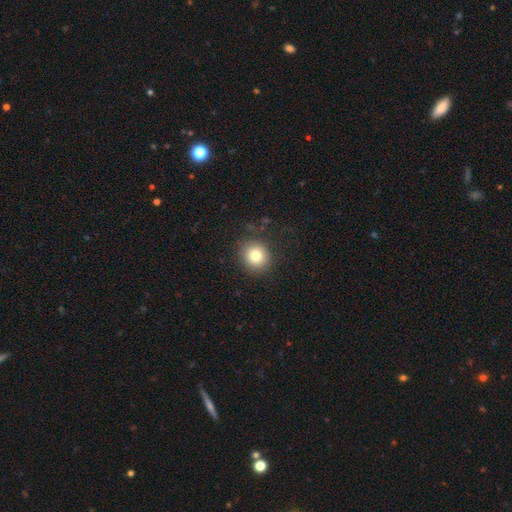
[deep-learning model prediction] Morphology: type=smooth (81%); roundness=round (86%); merging=none (86%).